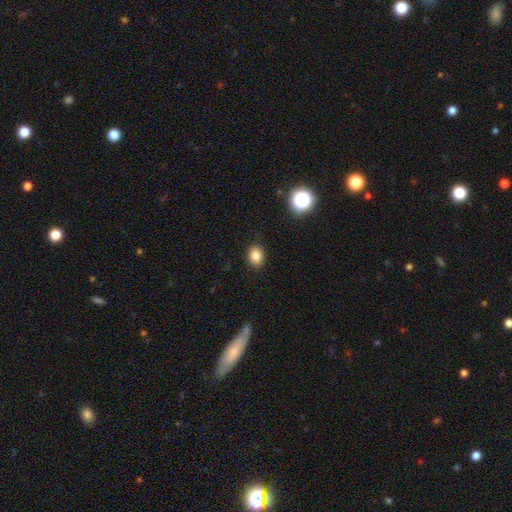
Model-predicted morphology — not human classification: smooth_or_featured: smooth (p=0.84) [alt: star or artifact p=0.11]
how_rounded: in between (p=0.58) [alt: round p=0.41]
merging: none (p=0.89) [alt: minor disturbance p=0.08]